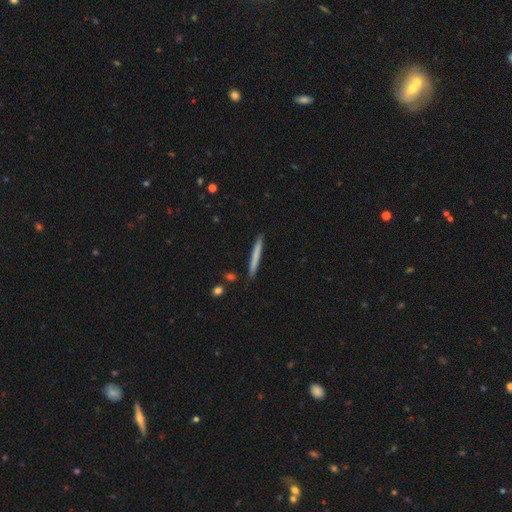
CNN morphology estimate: Smooth or featured? smooth (69%)
How rounded? cigar-shaped (97%)
Merging? none (90%)